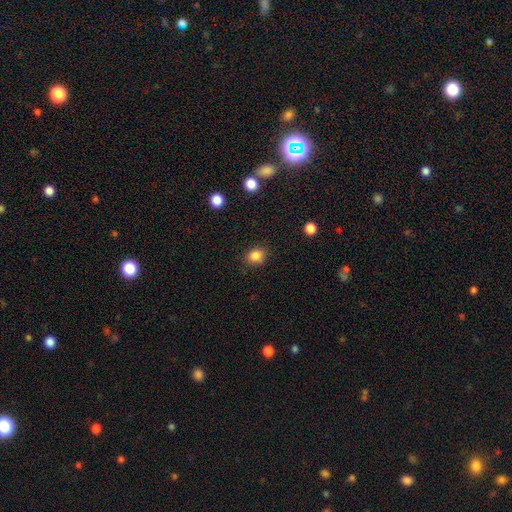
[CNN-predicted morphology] smooth-or-featured: smooth: 85% | star or artifact: 11% | featured or disk: 4%
  how-rounded: round: 61% | in between: 39% | cigar-shaped: 1%
  merging: none: 85% | minor disturbance: 11% | major disturbance: 3% | merger: 1%